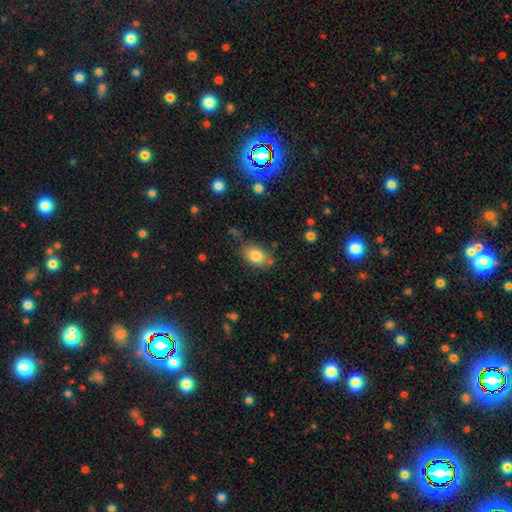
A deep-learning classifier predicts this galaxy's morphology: Smooth or featured? Predicted: smooth (p=0.83). How rounded? Predicted: in between (p=0.82). Merging? Predicted: none (p=0.74).